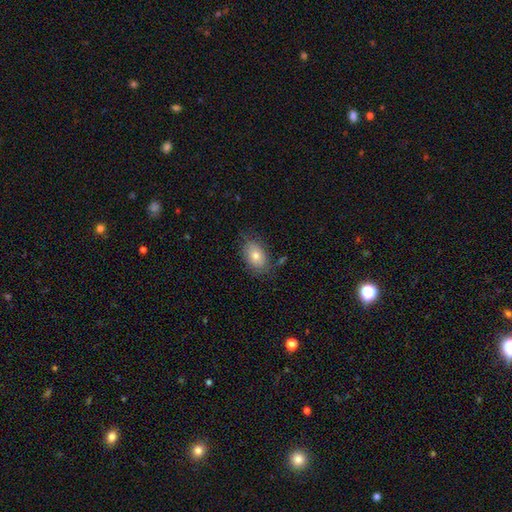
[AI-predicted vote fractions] This appears to be a smooth galaxy with no disk features (74%) that is in between round and cigar-shaped (85%). Merging: none (74%).